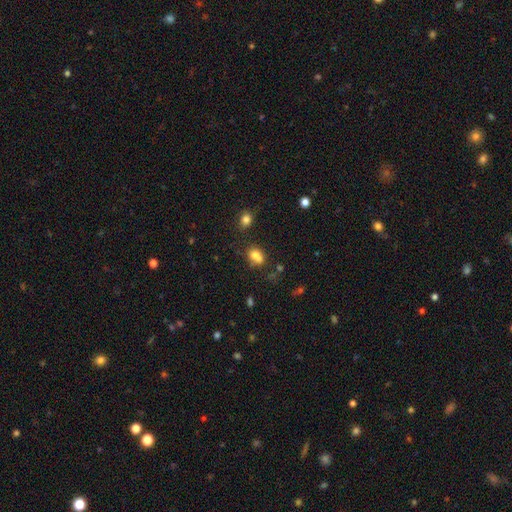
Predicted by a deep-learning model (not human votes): This appears to be a smooth galaxy with no disk features (74%) that is in between round and cigar-shaped (62%). Merging: none (39%).